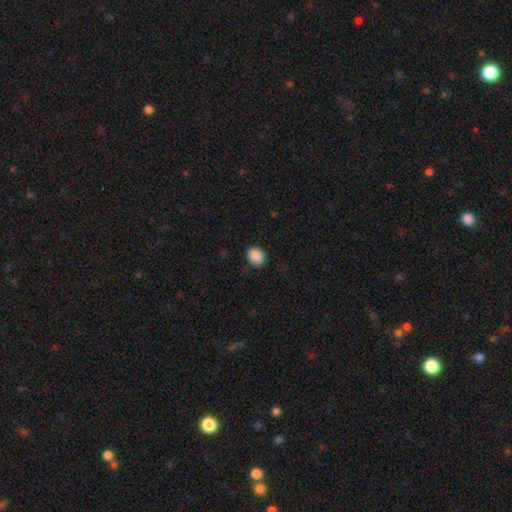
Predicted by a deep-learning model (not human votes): Smooth or featured?
  - smooth: 89% *
  - star or artifact: 8%
  - featured or disk: 3%
How rounded?
  - round: 58% *
  - in between: 41%
  - cigar-shaped: 1%
Merging?
  - none: 86% *
  - minor disturbance: 11%
  - major disturbance: 2%
  - merger: 1%